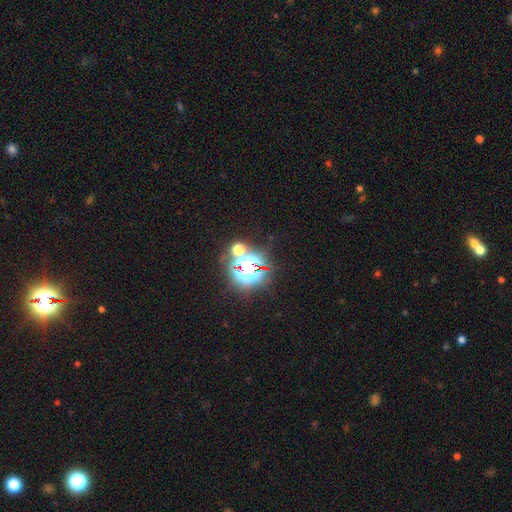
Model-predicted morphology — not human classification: Smooth or featured?
  - star or artifact: 79% *
  - smooth: 13%
  - featured or disk: 7%